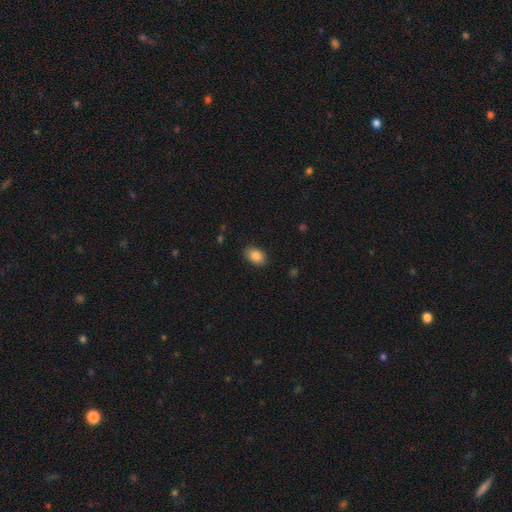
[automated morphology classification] Smooth or featured: smooth — 87% (star or artifact — 8%)
How rounded: in between — 82% (round — 17%)
Merging: none — 87% (minor disturbance — 10%)